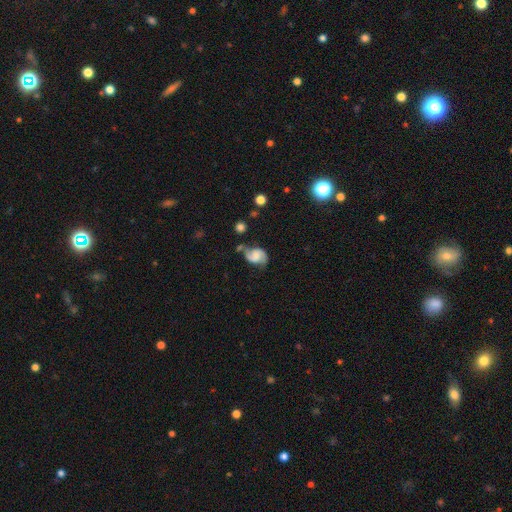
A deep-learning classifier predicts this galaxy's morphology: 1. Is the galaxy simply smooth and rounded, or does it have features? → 72% featured or disk, 20% smooth, 8% star or artifact.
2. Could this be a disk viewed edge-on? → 98% no, 2% yes.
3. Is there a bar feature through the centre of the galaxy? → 49% no, 39% weak, 12% strong.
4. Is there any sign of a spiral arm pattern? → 94% yes, 6% no.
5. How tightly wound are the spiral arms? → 46% medium, 35% loose, 19% tight.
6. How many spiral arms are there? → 90% 2, 4% can't tell, 3% 1, 1% 3, 1% 4, 1% more than 4.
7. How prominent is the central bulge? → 35% none, 26% small, 24% moderate, 12% large, 3% dominant.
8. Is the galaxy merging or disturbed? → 56% none, 23% minor disturbance, 11% major disturbance, 10% merger.